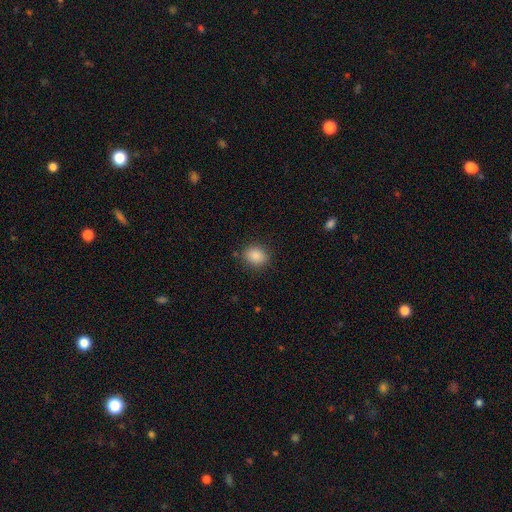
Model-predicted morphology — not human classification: A smooth galaxy with no disk features (87%) that is in between round and cigar-shaped (53%). Merging: none (85%).